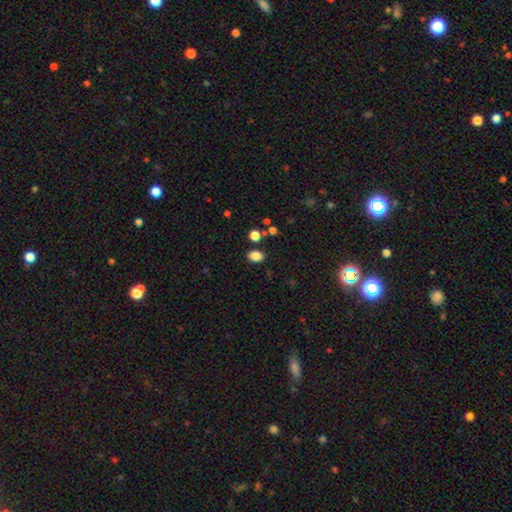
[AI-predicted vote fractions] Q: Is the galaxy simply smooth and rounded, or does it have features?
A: smooth — 84%.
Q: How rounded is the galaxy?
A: in between — 69%.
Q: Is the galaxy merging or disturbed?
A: none — 84%.